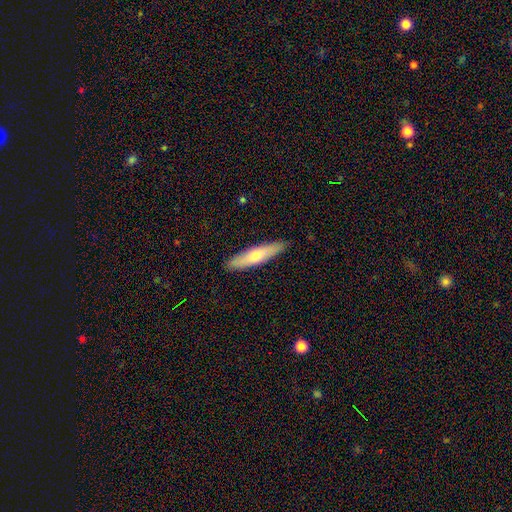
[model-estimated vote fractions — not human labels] smooth_or_featured: smooth (p=0.59) [alt: featured or disk p=0.36]
how_rounded: cigar-shaped (p=0.79) [alt: in between p=0.19]
merging: none (p=0.89) [alt: minor disturbance p=0.08]